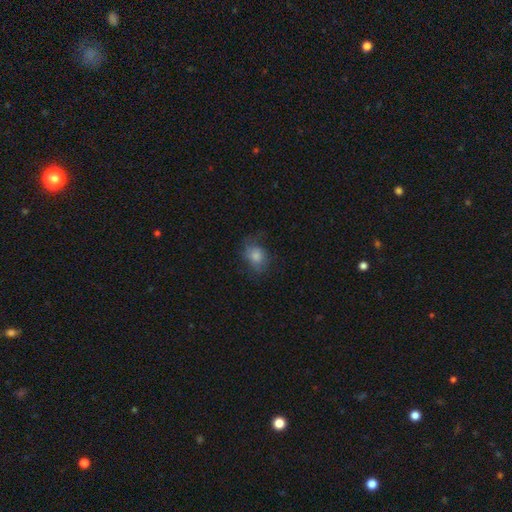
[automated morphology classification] smooth 63%, featured or disk 25%, star or artifact 13%. Down the decision tree: how rounded — round (50%); merging — none (58%).